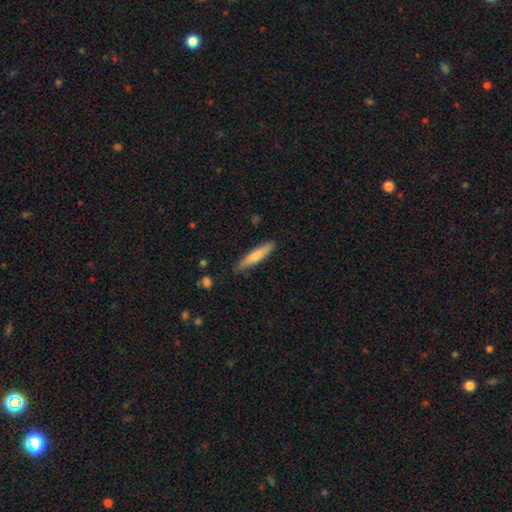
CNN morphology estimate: Smooth or featured?
  - smooth: 70% *
  - featured or disk: 25%
  - star or artifact: 5%
How rounded?
  - cigar-shaped: 87% *
  - in between: 11%
  - round: 1%
Merging?
  - none: 83% *
  - minor disturbance: 13%
  - major disturbance: 2%
  - merger: 1%